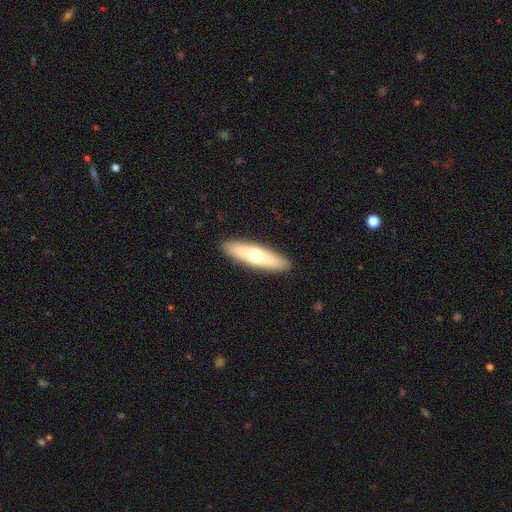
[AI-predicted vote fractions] This is possibly a smooth galaxy (55%). How rounded: likely cigar-shaped (68%). Merging: clearly none (91%).